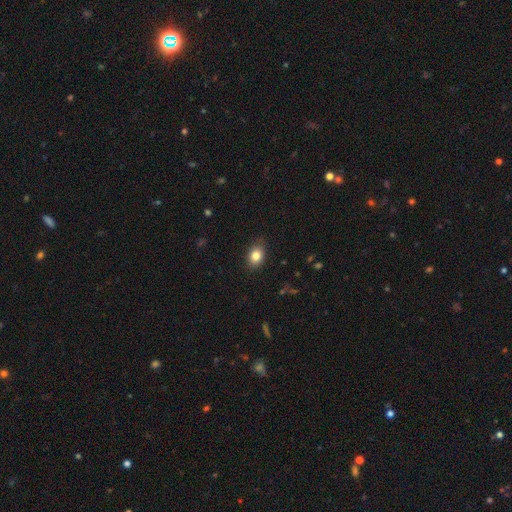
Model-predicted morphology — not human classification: Smooth or featured: smooth — 83% (star or artifact — 9%)
How rounded: in between — 68% (round — 31%)
Merging: none — 85% (minor disturbance — 12%)